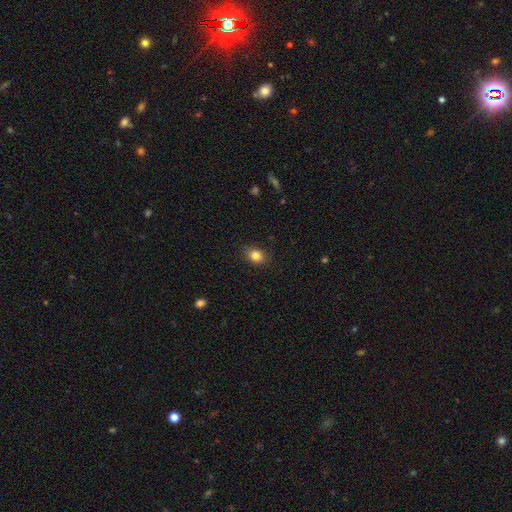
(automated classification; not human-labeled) Morphology: type=smooth (85%); roundness=in between (52%); merging=none (86%).